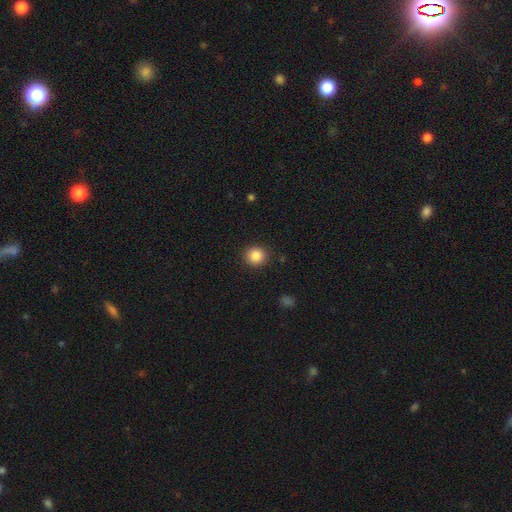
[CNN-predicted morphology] Smooth or featured? Predicted: smooth (p=0.86). How rounded? Predicted: round (p=0.90). Merging? Predicted: none (p=0.90).